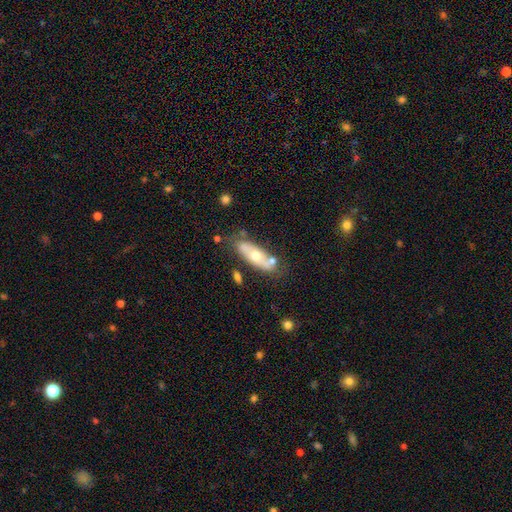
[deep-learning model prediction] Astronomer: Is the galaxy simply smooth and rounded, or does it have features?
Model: featured or disk — 48% (runner-up: smooth, 46%).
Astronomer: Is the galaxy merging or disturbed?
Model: none — 66%.